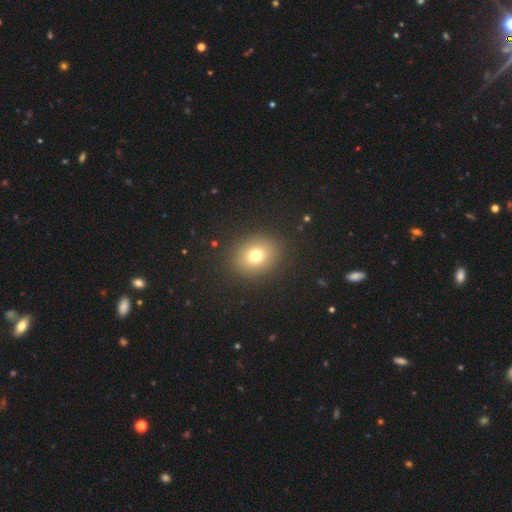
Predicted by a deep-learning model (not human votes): Smooth or featured? smooth (75%)
How rounded? round (61%)
Merging? none (89%)